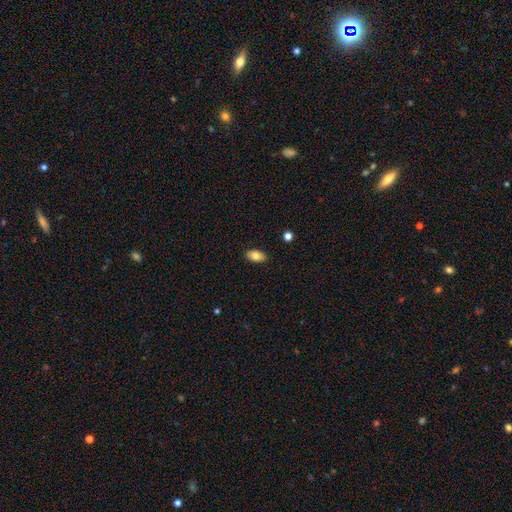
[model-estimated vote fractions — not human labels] smooth 83%, featured or disk 10%, star or artifact 8%. Down the decision tree: how rounded — in between (92%); merging — none (88%).